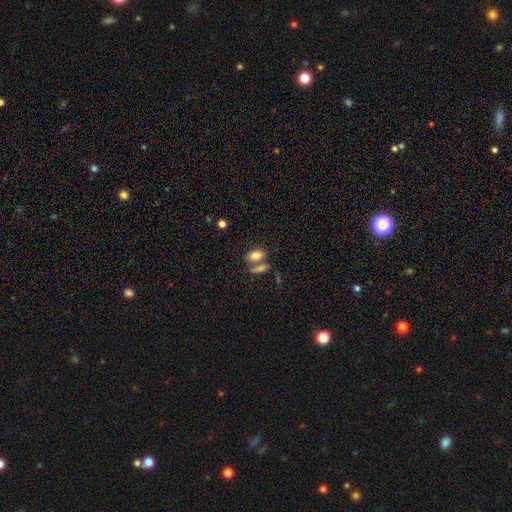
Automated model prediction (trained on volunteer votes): A smooth galaxy with no disk features (81%) that is in between round and cigar-shaped (87%). Merging: none (53%).